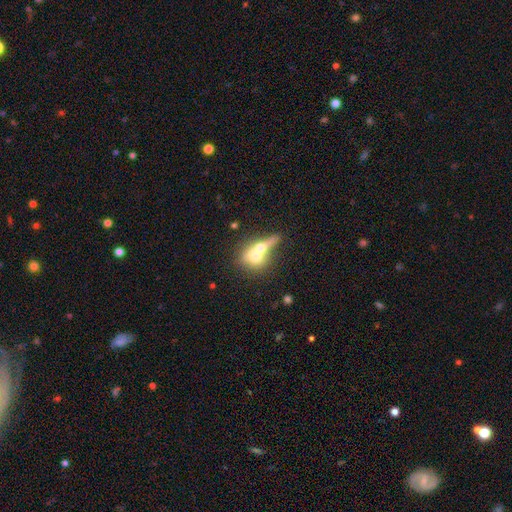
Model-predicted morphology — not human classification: Smooth or featured?
  - smooth: 59% *
  - featured or disk: 32%
  - star or artifact: 9%
How rounded?
  - round: 55% *
  - in between: 33%
  - cigar-shaped: 12%
Merging?
  - merger: 66% *
  - none: 22%
  - minor disturbance: 7%
  - major disturbance: 6%